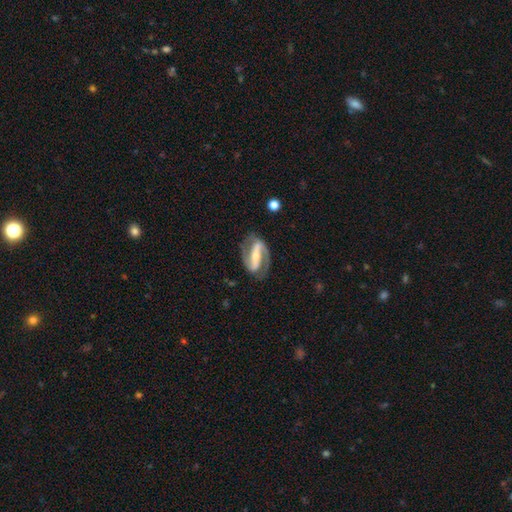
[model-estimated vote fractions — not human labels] A featured or disk galaxy (88%) with a strong bar (76%), 2 (91%) medium (47%) spiral arms (93%) and a small central bulge (47%). Merging: none (81%).